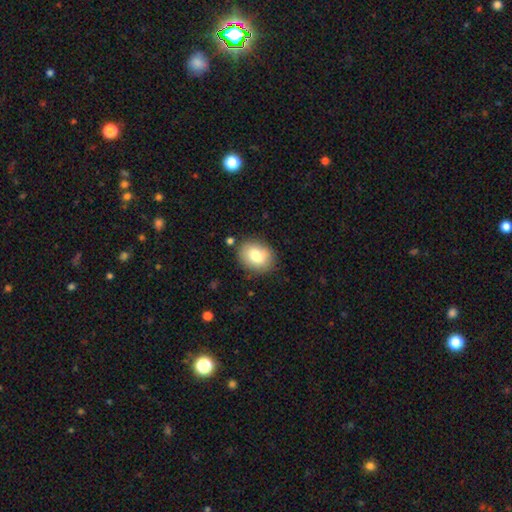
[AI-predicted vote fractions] Smooth or featured? Predicted: smooth (p=0.79). How rounded? Predicted: in between (p=0.50). Merging? Predicted: none (p=0.84).